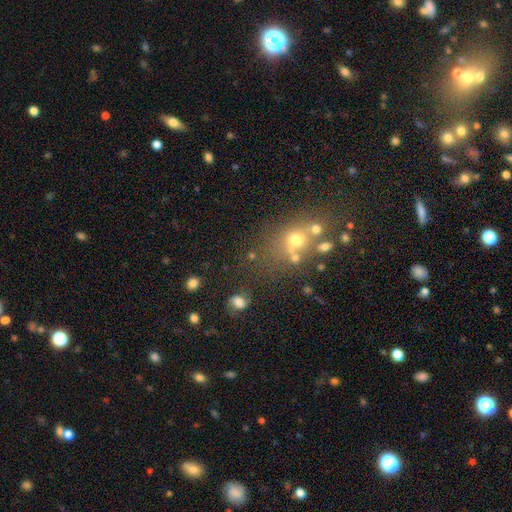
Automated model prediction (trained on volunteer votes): This appears to be a smooth galaxy with no disk features (46%). Merging: none (55%).